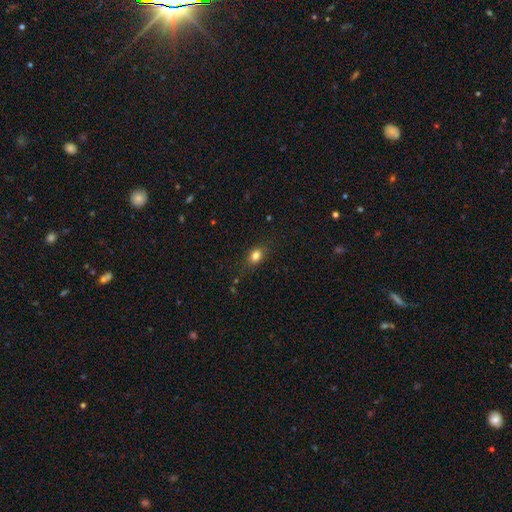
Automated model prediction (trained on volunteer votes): This appears to be a smooth galaxy with no disk features (81%) that is in between round and cigar-shaped (64%). Merging: none (81%).